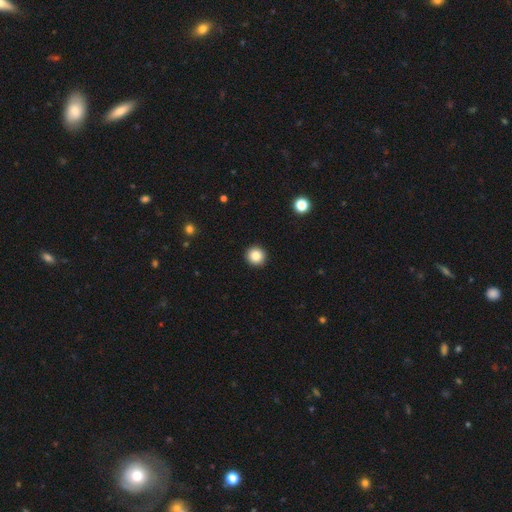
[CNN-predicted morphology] smooth_or_featured: smooth (p=0.85) [alt: star or artifact p=0.10]
how_rounded: round (p=0.95) [alt: in between p=0.04]
merging: none (p=0.93) [alt: minor disturbance p=0.04]